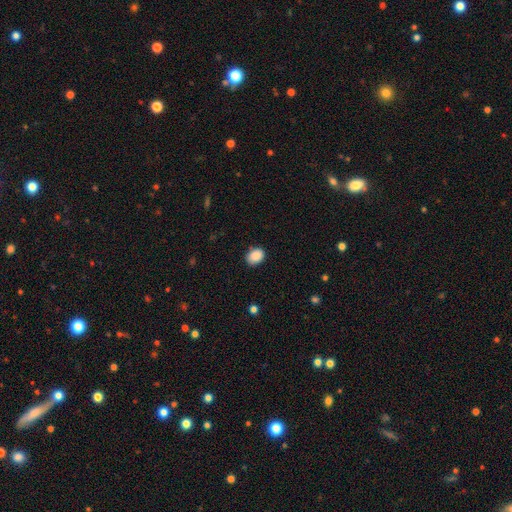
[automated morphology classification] Smooth or featured?
  - smooth: 89% *
  - star or artifact: 8%
  - featured or disk: 3%
How rounded?
  - in between: 62% *
  - round: 37%
  - cigar-shaped: 1%
Merging?
  - none: 85% *
  - minor disturbance: 12%
  - major disturbance: 2%
  - merger: 1%